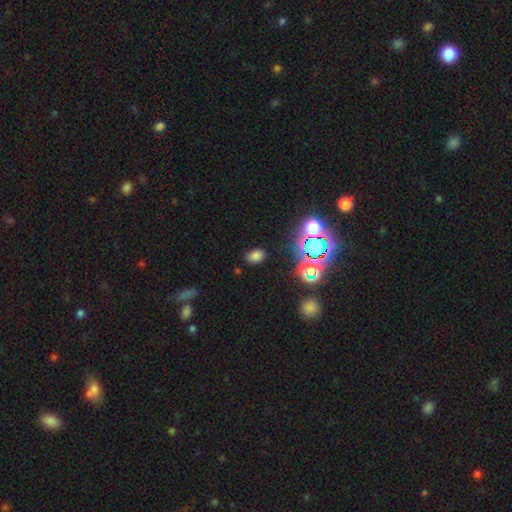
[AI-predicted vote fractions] This appears to be a smooth galaxy with no disk features (71%) that is in between round and cigar-shaped (75%). Merging: none (85%).